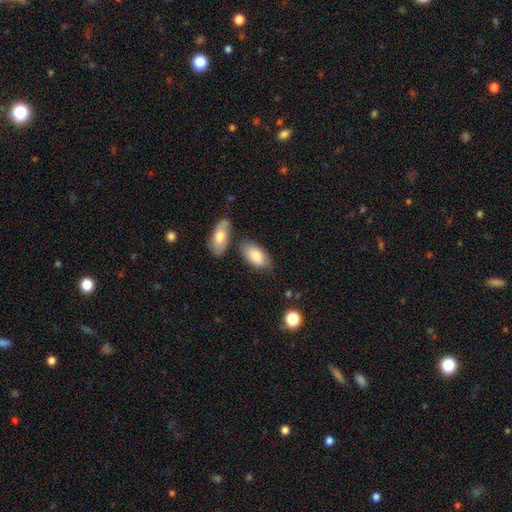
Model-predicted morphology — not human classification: A smooth galaxy with no disk features (81%) that is in between round and cigar-shaped (93%).

Vote fractions:
- Smooth or featured? smooth: 81% / featured or disk: 13% / star or artifact: 6%
- How rounded? in between: 93% / cigar-shaped: 4% / round: 3%
- Merging? none: 63% / minor disturbance: 20% / merger: 12% / major disturbance: 5%